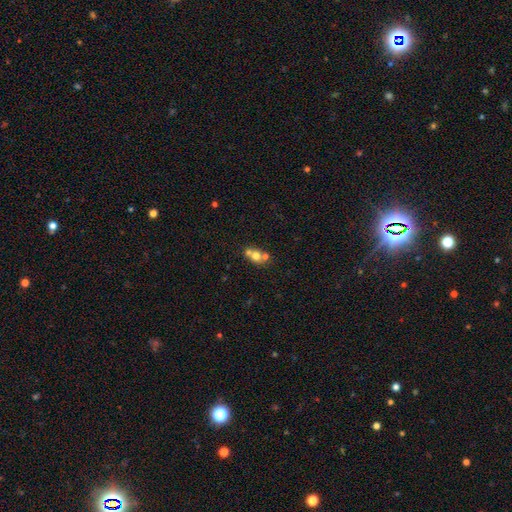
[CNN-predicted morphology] The model was most divided on "merging": merger: 53%, none: 36%, minor disturbance: 7%, major disturbance: 3%. More confident: how rounded — round (64%); smooth or featured — smooth (64%).